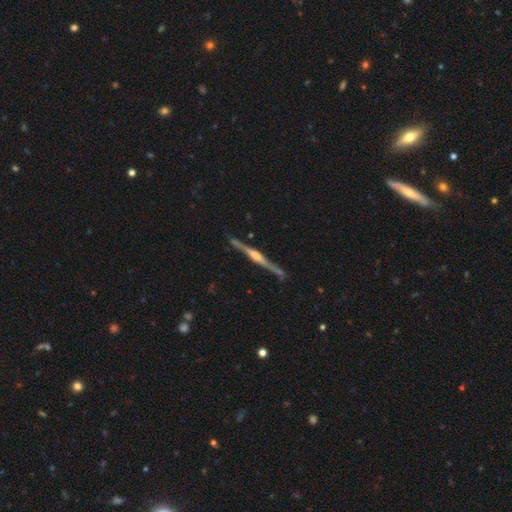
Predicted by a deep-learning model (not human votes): Q: Smooth or featured?
A: featured or disk (82%); runner-up: smooth (13%)
Q: Edge-on disk?
A: yes (98%); runner-up: no (2%)
Q: Edge-on bulge?
A: rounded (63%); runner-up: boxy (27%)
Q: Merging?
A: none (85%); runner-up: minor disturbance (11%)